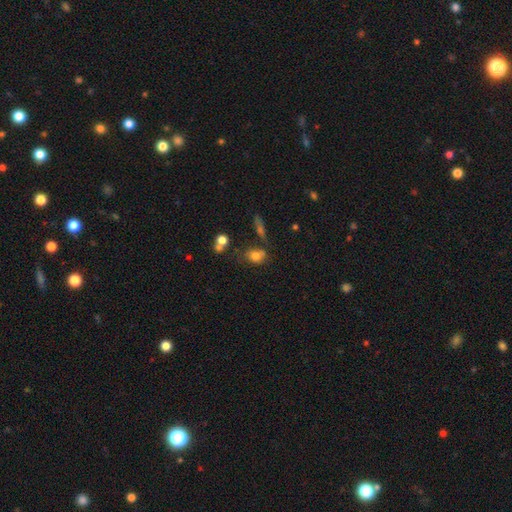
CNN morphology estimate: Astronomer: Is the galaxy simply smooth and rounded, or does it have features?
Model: smooth — 76%.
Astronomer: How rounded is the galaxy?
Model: in between — 64%.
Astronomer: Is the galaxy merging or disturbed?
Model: none — 55%.